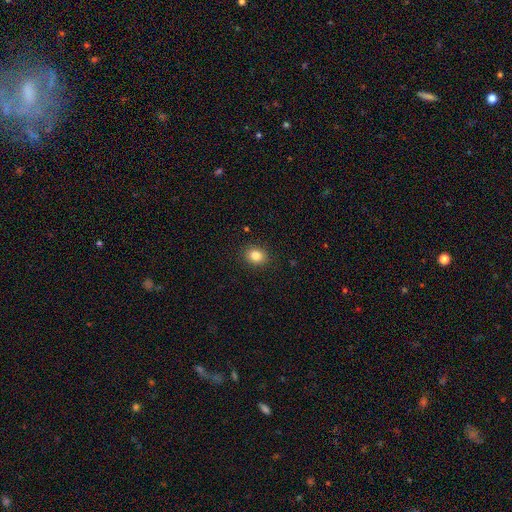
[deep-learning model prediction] smooth-or-featured: smooth: 84% | star or artifact: 11% | featured or disk: 6%
  how-rounded: round: 61% | in between: 38% | cigar-shaped: 1%
  merging: none: 90% | minor disturbance: 7% | major disturbance: 2% | merger: 1%